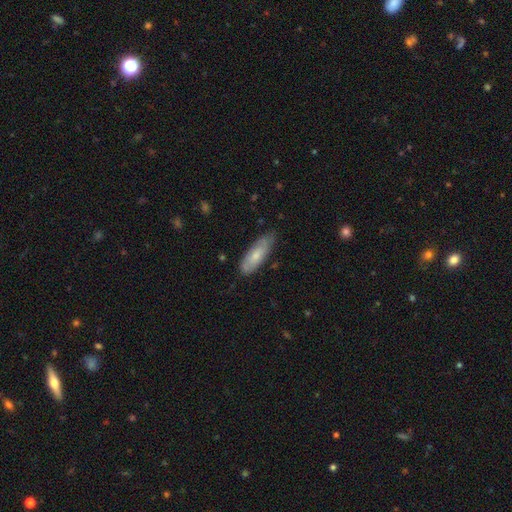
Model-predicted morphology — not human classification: Smooth or featured? smooth (66%)
How rounded? in between (59%)
Merging? none (73%)